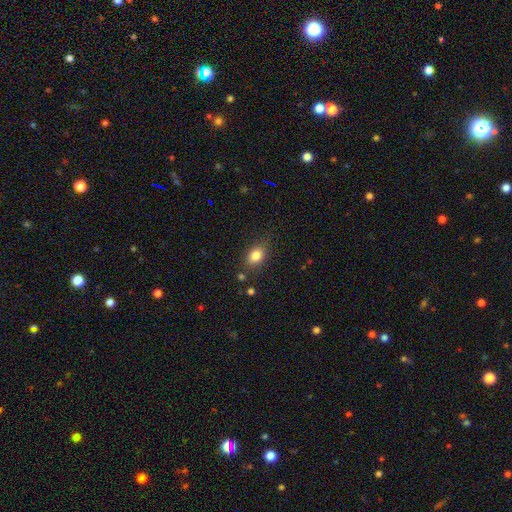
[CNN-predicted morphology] Smooth or featured? Predicted: smooth (p=0.82). How rounded? Predicted: in between (p=0.70). Merging? Predicted: none (p=0.78).